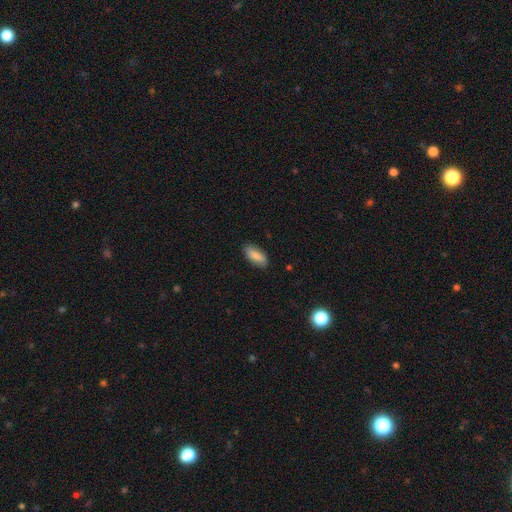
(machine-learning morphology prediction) This is clearly a smooth galaxy (84%). How rounded: clearly in between (81%). Merging: clearly none (84%).